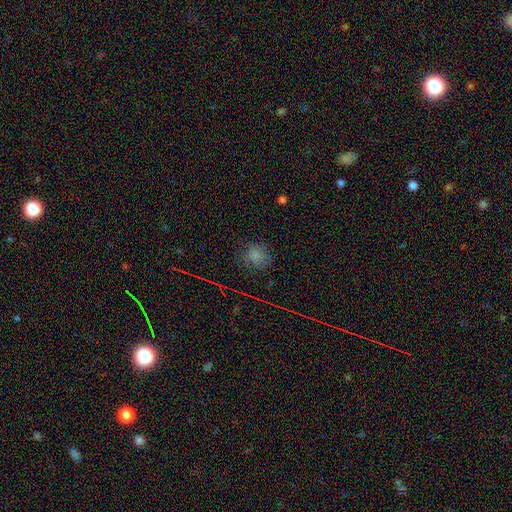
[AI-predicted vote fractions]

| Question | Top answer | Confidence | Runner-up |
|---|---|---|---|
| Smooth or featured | smooth | 68% | star or artifact (24%) |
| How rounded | round | 84% | in between (15%) |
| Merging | none | 80% | minor disturbance (14%) |